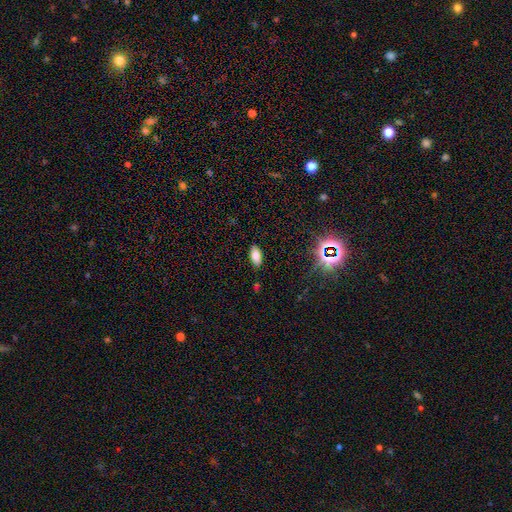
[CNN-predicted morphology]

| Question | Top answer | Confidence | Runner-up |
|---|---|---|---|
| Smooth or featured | smooth | 79% | star or artifact (13%) |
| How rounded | in between | 90% | cigar-shaped (7%) |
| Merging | none | 86% | minor disturbance (10%) |